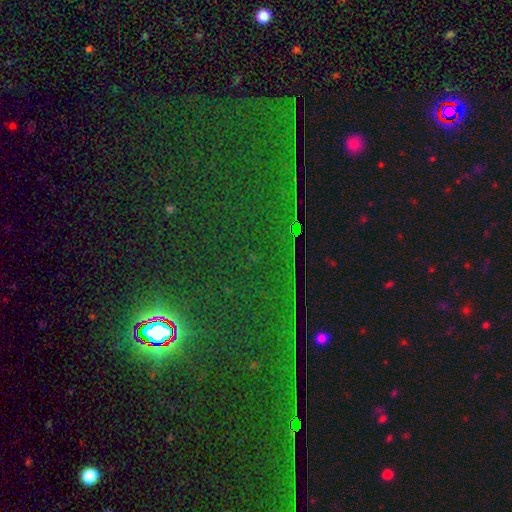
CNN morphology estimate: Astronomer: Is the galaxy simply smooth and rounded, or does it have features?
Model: star or artifact — 83%.